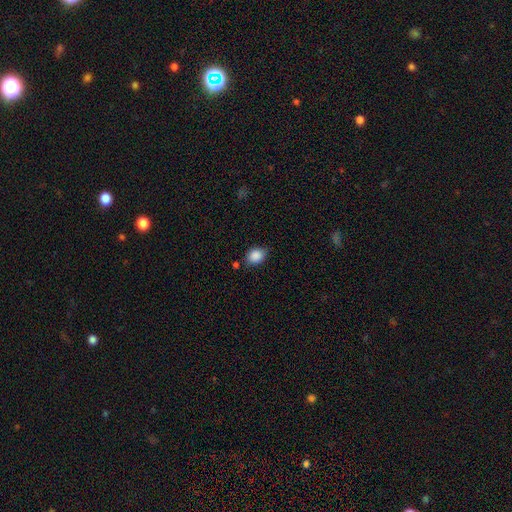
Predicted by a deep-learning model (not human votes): A smooth galaxy with no disk features (88%) that is in between round and cigar-shaped (55%).

Vote fractions:
- Smooth or featured? smooth: 88% / star or artifact: 8% / featured or disk: 4%
- How rounded? in between: 55% / round: 44% / cigar-shaped: 1%
- Merging? none: 72% / minor disturbance: 20% / major disturbance: 4% / merger: 4%